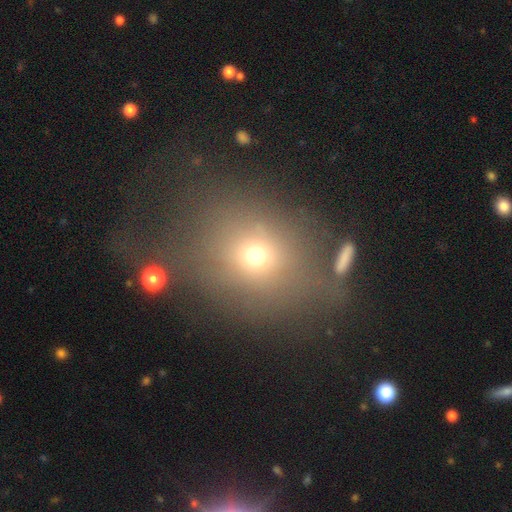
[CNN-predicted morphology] Smooth or featured: smooth — 65% (star or artifact — 21%)
How rounded: round — 70% (in between — 28%)
Merging: none — 66% (minor disturbance — 14%)